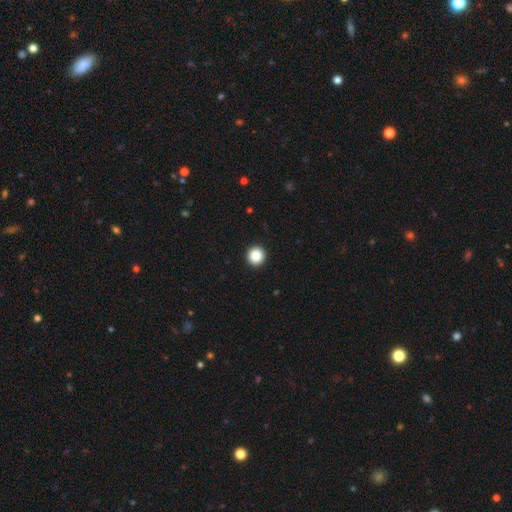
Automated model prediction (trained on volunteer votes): This is clearly a smooth galaxy (87%). How rounded: clearly round (96%). Merging: clearly none (94%).